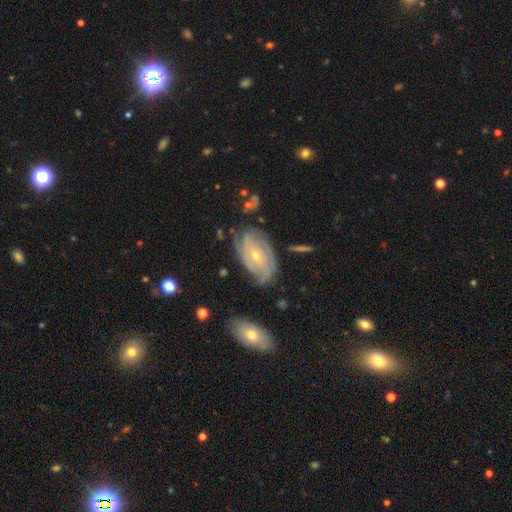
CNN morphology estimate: This is clearly a featured or disk galaxy (81%). It is clearly not viewed edge-on (96%). Bar: likely no (66%). Spiral arm pattern: clearly yes (93%). Spiral arm count: marginally can't tell (37%). Spiral winding: likely tight (70%). Central bulge: likely small (68%). Merging: likely none (70%).